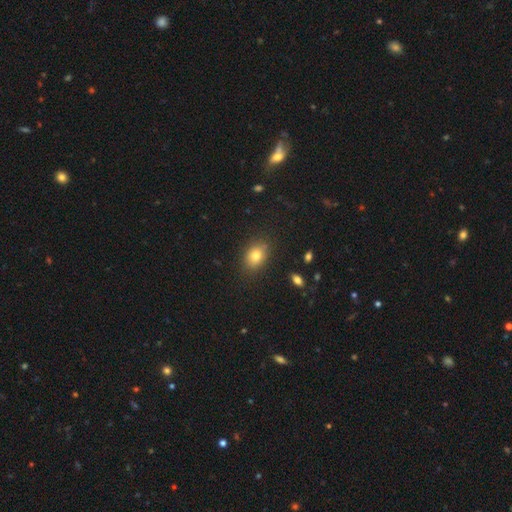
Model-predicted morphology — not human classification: This is likely a smooth galaxy (80%). How rounded: likely in between (68%). Merging: clearly none (82%).